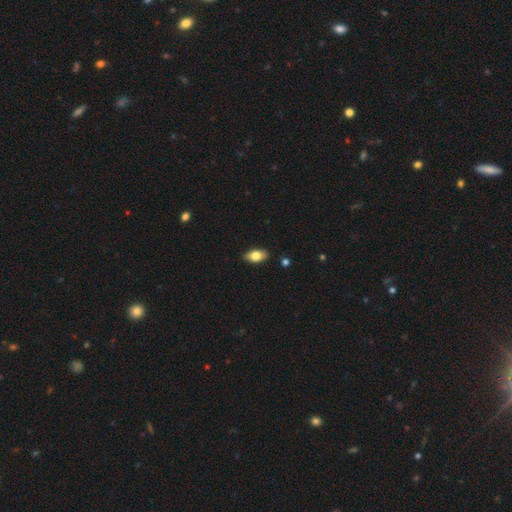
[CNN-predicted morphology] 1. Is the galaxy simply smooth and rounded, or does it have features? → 78% smooth, 15% featured or disk, 7% star or artifact.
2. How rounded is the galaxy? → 91% in between, 5% cigar-shaped, 5% round.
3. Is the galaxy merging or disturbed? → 88% none, 9% minor disturbance, 2% major disturbance, 1% merger.